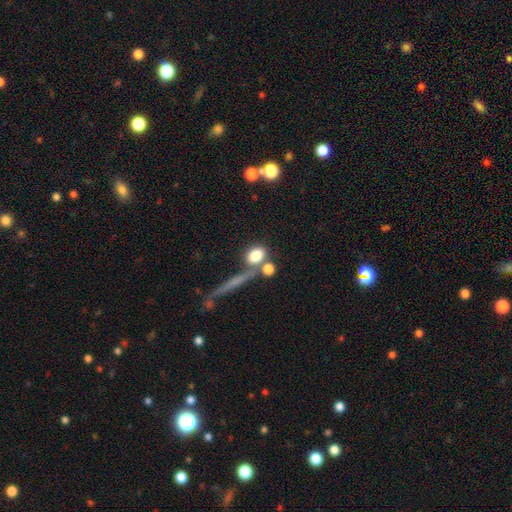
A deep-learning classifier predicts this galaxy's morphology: smooth-or-featured: smooth: 76% | featured or disk: 13% | star or artifact: 11%
  how-rounded: in between: 52% | round: 40% | cigar-shaped: 8%
  merging: none: 52% | merger: 29% | minor disturbance: 12% | major disturbance: 7%